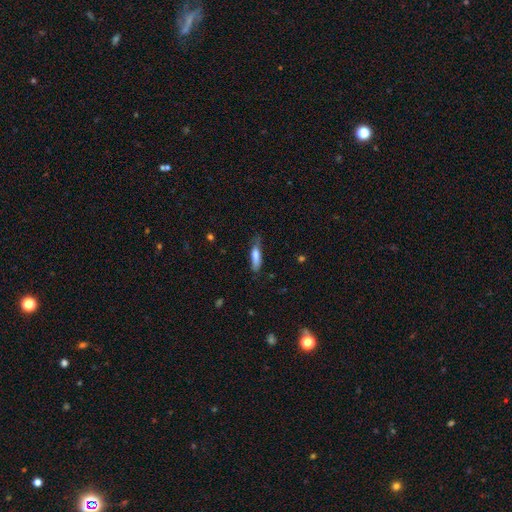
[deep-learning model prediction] Smooth or featured? Predicted: smooth (p=0.74). How rounded? Predicted: cigar-shaped (p=0.64). Merging? Predicted: none (p=0.58).